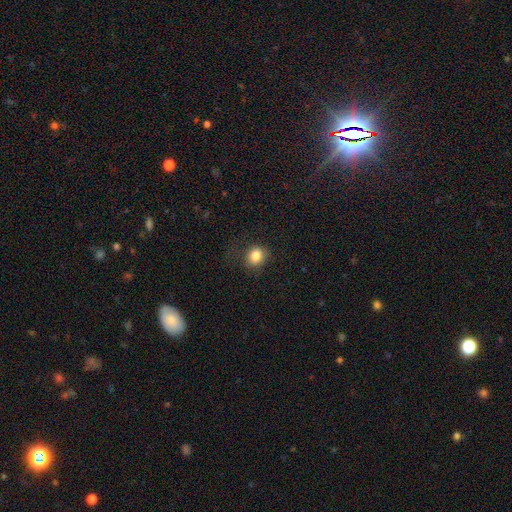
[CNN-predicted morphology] Smooth or featured? Predicted: smooth (p=0.83). How rounded? Predicted: round (p=0.65). Merging? Predicted: none (p=0.76).